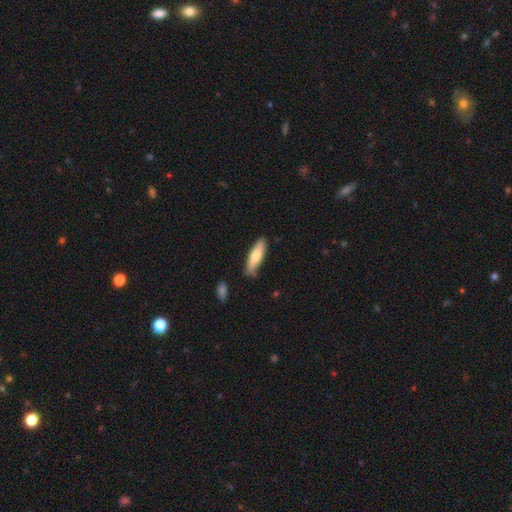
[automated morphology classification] Overall: smooth (73%). How rounded: cigar-shaped (65%; in between 34%). Merging: none (83%).